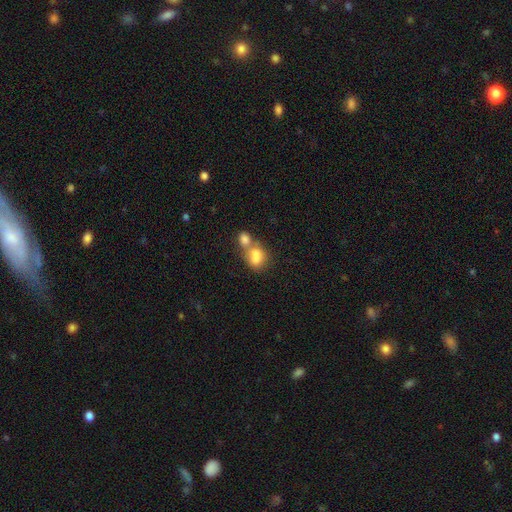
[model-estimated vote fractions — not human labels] This appears to be a smooth galaxy with no disk features (76%) that is in between round and cigar-shaped (64%). Merging: merger (65%).